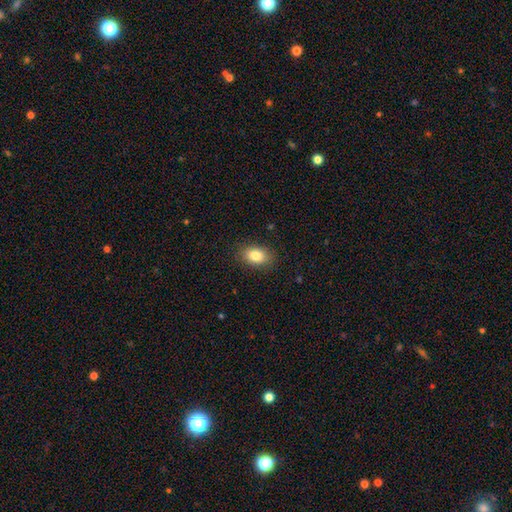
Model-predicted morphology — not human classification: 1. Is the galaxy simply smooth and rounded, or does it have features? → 83% smooth, 8% star or artifact, 8% featured or disk.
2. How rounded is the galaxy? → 84% in between, 14% round, 1% cigar-shaped.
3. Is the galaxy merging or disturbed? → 87% none, 10% minor disturbance, 3% major disturbance, 1% merger.